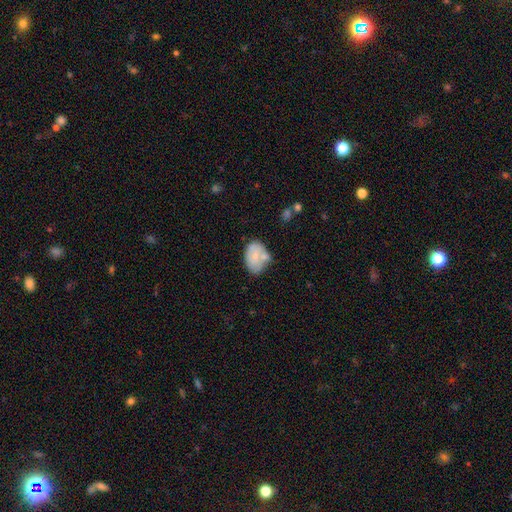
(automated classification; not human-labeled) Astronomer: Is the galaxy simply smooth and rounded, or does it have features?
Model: smooth — 64%.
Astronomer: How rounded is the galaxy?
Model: in between — 81%.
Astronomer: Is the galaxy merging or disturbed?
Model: none — 44% (runner-up: minor disturbance, 26%).